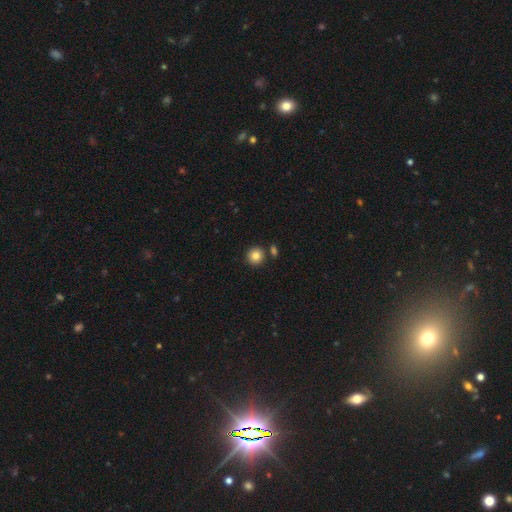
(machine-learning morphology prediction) type=smooth (85%); roundness=round (92%); merging=none (82%).